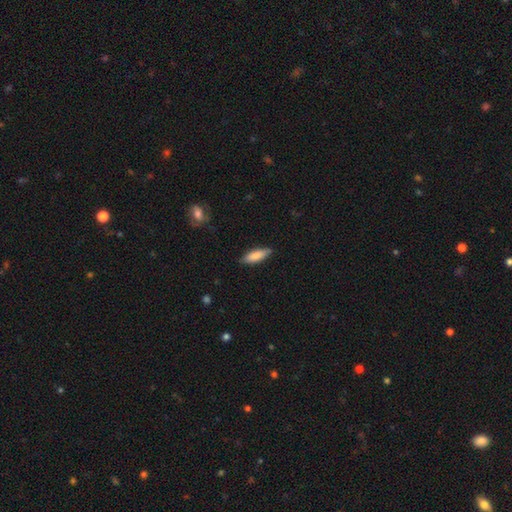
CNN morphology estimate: smooth_or_featured: smooth (p=0.83) [alt: featured or disk p=0.11]
how_rounded: in between (p=0.52) [alt: cigar-shaped p=0.47]
merging: none (p=0.83) [alt: minor disturbance p=0.13]